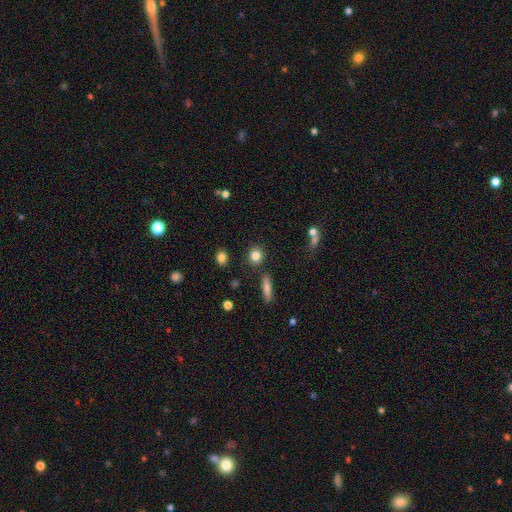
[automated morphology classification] This appears to be a smooth galaxy with no disk features (83%) that is round (80%). Merging: none (85%).